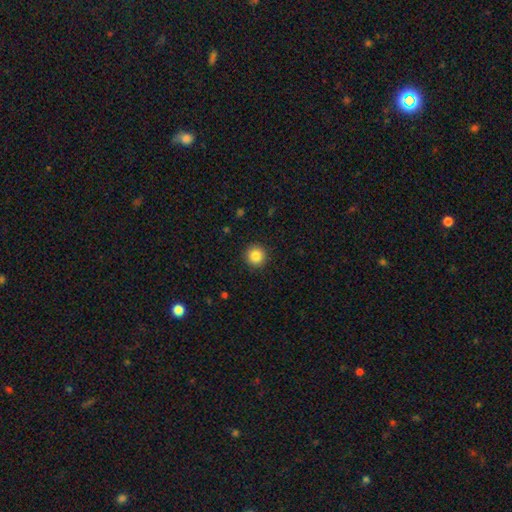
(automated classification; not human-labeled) Smooth or featured? smooth (86%)
How rounded? round (95%)
Merging? none (92%)